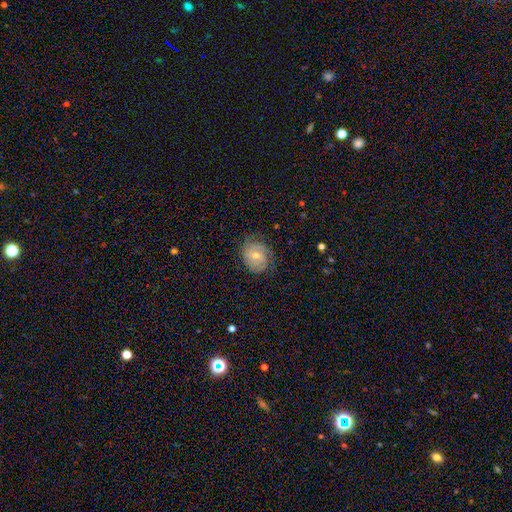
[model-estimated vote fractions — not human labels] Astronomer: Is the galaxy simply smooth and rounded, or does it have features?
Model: featured or disk — 53% (runner-up: smooth, 39%).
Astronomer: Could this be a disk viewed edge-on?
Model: no — 96%.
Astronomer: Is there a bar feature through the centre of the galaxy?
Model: no — 55% (runner-up: weak, 37%).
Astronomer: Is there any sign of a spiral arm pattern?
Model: yes — 78%.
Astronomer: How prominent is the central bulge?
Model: small — 51% (runner-up: moderate, 45%).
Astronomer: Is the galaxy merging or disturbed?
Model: none — 72%.